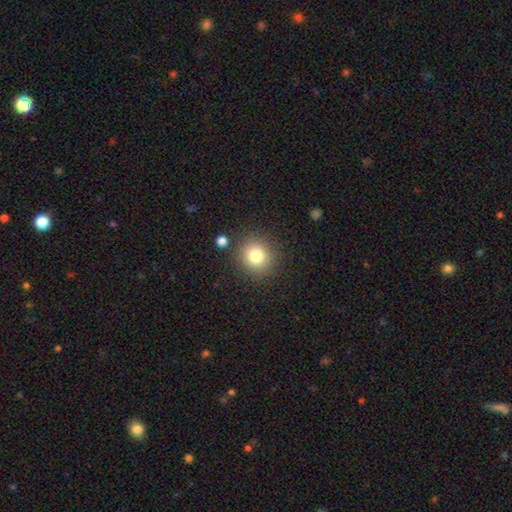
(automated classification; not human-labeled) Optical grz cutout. It shows a smooth galaxy with no disk features (80%) that is round (90%). Merging: none (86%).